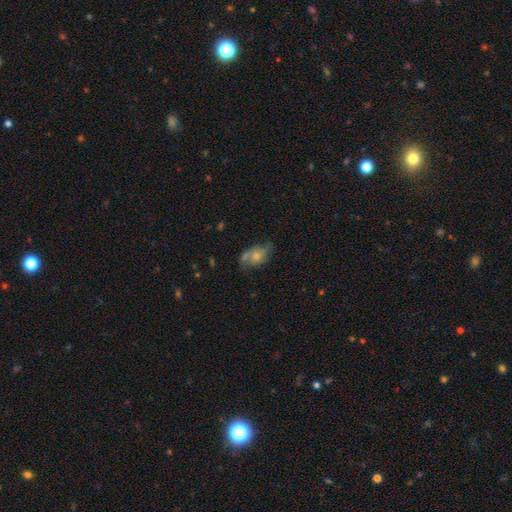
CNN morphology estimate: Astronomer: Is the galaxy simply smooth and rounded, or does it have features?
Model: featured or disk — 52% (runner-up: smooth, 40%).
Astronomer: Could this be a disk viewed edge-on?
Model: no — 95%.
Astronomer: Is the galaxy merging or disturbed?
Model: none — 51%.